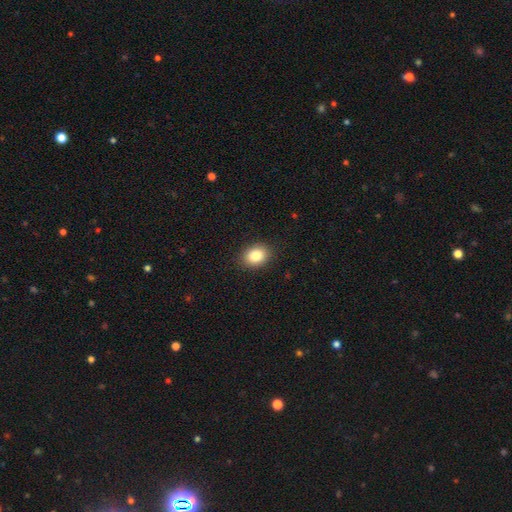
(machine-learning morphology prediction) smooth 84%, star or artifact 9%, featured or disk 7%. Down the decision tree: how rounded — in between (65%); merging — none (89%).